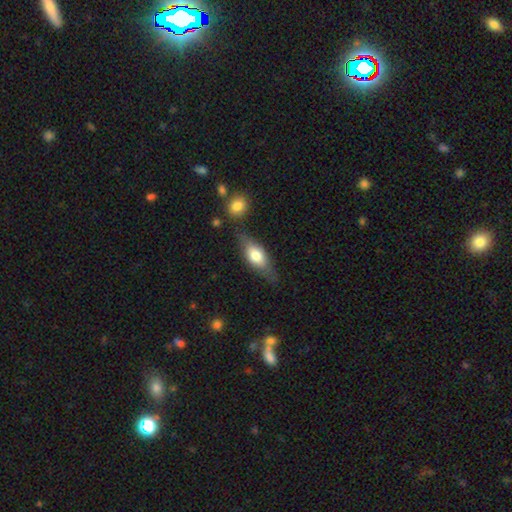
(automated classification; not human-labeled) smooth 60%, featured or disk 33%, star or artifact 6%. Down the decision tree: how rounded — in between (69%); merging — none (69%).